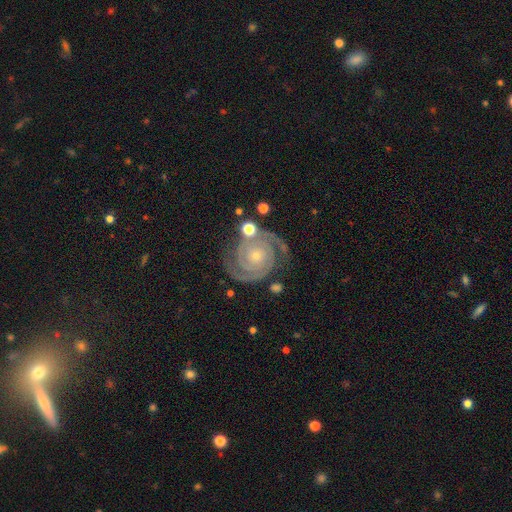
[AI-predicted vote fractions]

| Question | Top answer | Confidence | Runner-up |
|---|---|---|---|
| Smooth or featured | featured or disk | 92% | star or artifact (5%) |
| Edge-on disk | no | 98% | yes (2%) |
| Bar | no | 79% | weak (15%) |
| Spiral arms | yes | 99% | no (1%) |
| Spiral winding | tight | 76% | medium (21%) |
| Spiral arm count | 2 | 86% | 3 (6%) |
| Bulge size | small | 78% | moderate (19%) |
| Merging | none | 77% | minor disturbance (14%) |